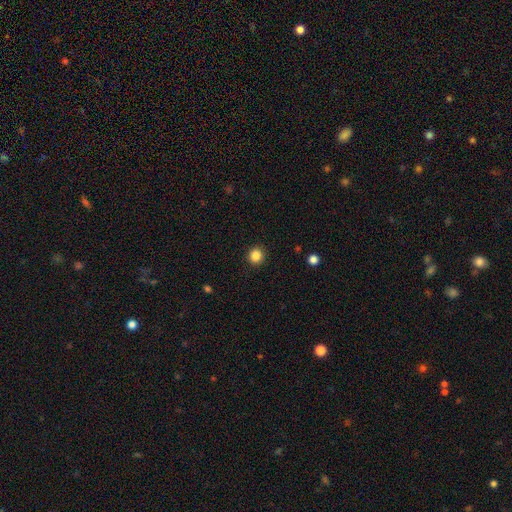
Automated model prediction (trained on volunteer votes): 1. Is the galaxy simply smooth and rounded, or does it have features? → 86% smooth, 11% star or artifact, 4% featured or disk.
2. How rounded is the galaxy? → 93% round, 6% in between, 1% cigar-shaped.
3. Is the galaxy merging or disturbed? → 92% none, 5% minor disturbance, 2% major disturbance, 1% merger.